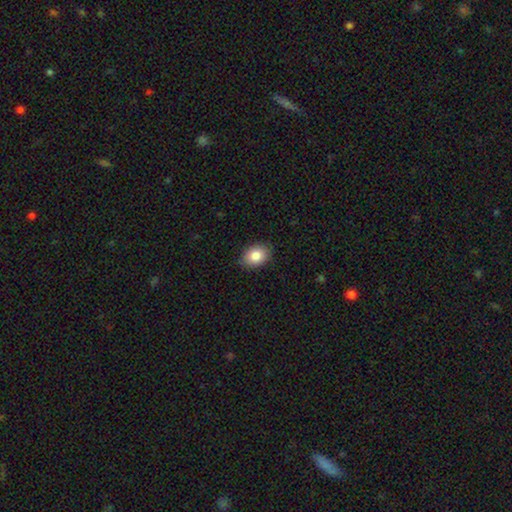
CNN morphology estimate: The model was most divided on "how rounded": in between: 74%, round: 25%, cigar-shaped: 1%. More confident: merging — none (86%); smooth or featured — smooth (84%).